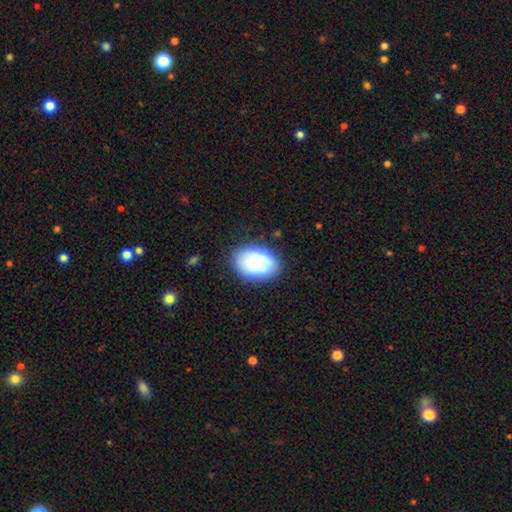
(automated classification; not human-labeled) The model was most divided on "smooth or featured": smooth: 76%, featured or disk: 17%, star or artifact: 8%. More confident: how rounded — in between (82%); merging — none (76%).